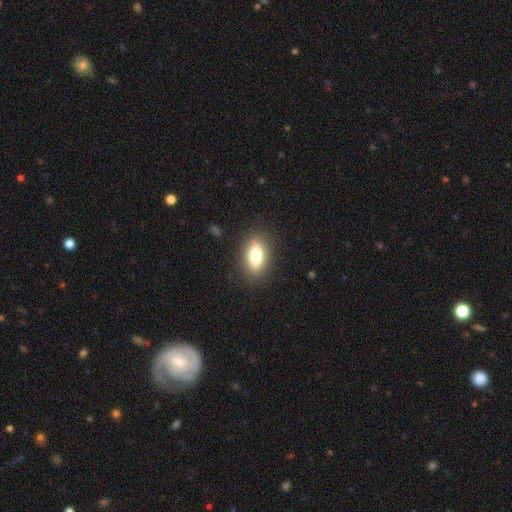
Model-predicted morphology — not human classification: A smooth galaxy with no disk features (70%) that is in between round and cigar-shaped (79%).

Vote fractions:
- Smooth or featured? smooth: 70% / featured or disk: 22% / star or artifact: 8%
- How rounded? in between: 79% / cigar-shaped: 13% / round: 8%
- Merging? none: 86% / minor disturbance: 10% / major disturbance: 3% / merger: 1%